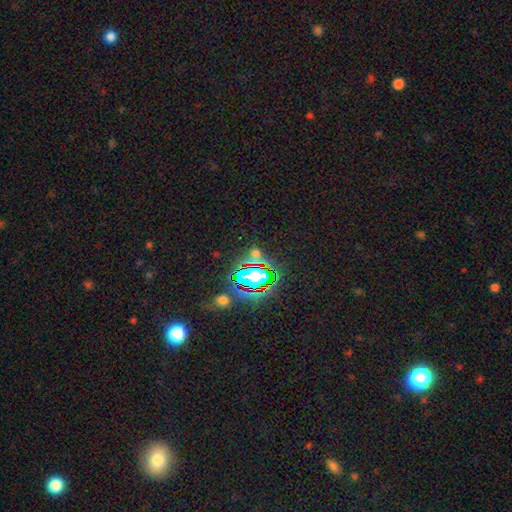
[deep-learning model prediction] Q: Smooth or featured?
A: star or artifact (73%); runner-up: smooth (16%)